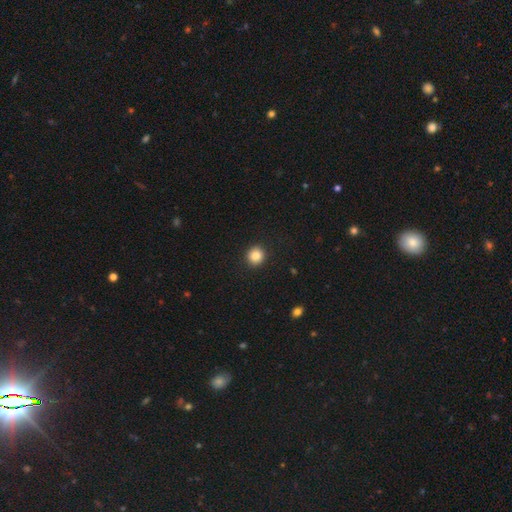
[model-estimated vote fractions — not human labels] A smooth galaxy with no disk features (84%) that is round (91%). Merging: none (92%).